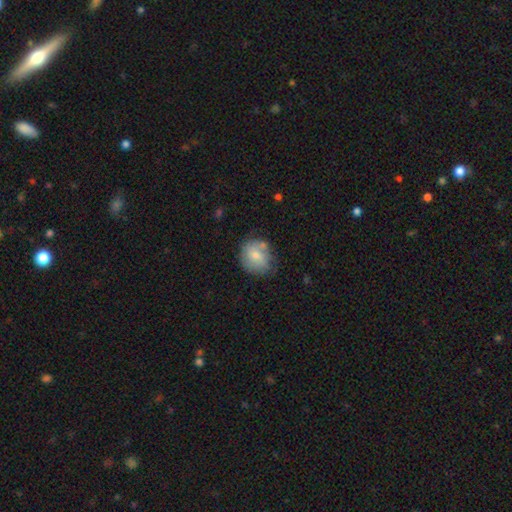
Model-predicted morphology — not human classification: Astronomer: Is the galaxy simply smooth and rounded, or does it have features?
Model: smooth — 69%.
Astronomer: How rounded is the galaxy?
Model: round — 74%.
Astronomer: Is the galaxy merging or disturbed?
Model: none — 61%.